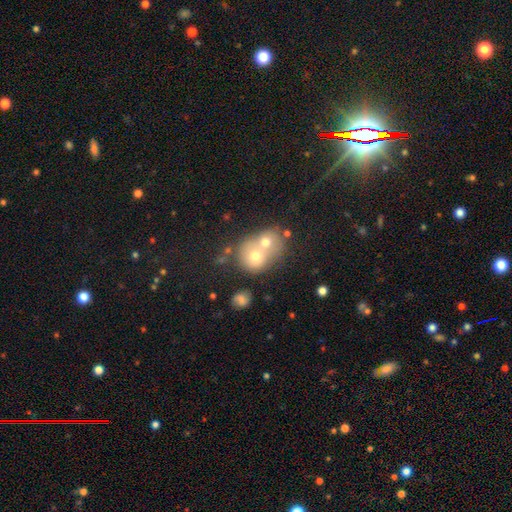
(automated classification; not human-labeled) Overall: smooth (63%; featured or disk 25%). How rounded: round (69%; in between 30%). Merging: merger (69%).